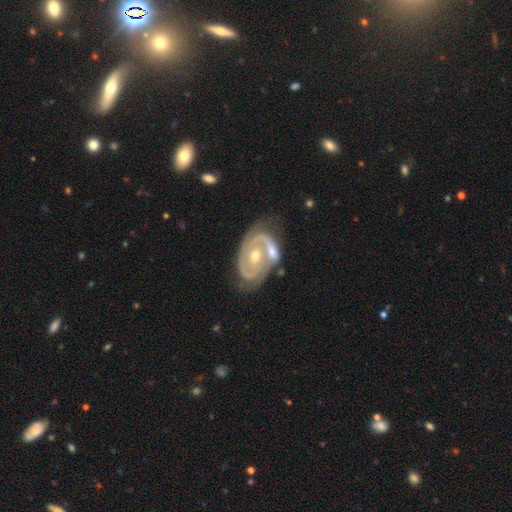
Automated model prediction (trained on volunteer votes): Q: Smooth or featured?
A: featured or disk (87%); runner-up: smooth (9%)
Q: Edge-on disk?
A: no (97%); runner-up: yes (3%)
Q: Bar?
A: no (57%); runner-up: weak (30%)
Q: Spiral arms?
A: yes (88%); runner-up: no (12%)
Q: Spiral winding?
A: tight (56%); runner-up: medium (34%)
Q: Spiral arm count?
A: 2 (71%); runner-up: can't tell (13%)
Q: Bulge size?
A: moderate (61%); runner-up: small (35%)
Q: Merging?
A: none (44%); runner-up: merger (31%)